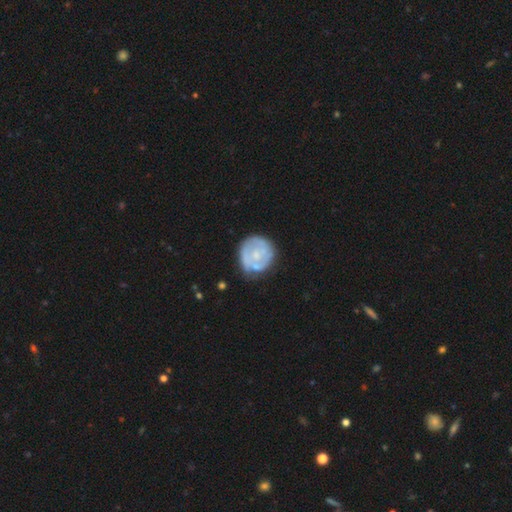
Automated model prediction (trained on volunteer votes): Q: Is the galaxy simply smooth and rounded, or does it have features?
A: featured or disk — 49%.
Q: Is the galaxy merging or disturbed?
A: none — 60%.